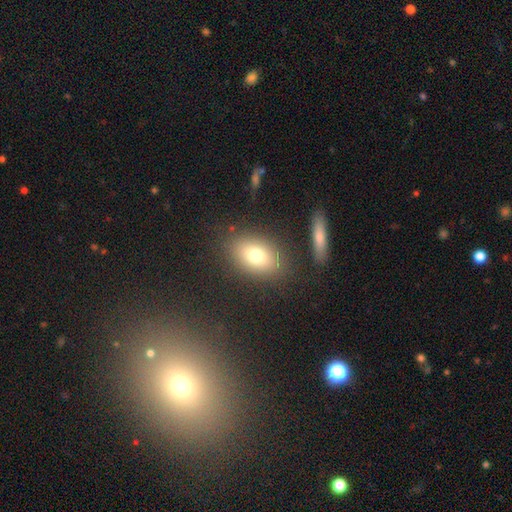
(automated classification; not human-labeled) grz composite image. It shows a smooth galaxy with no disk features (76%) that is in between round and cigar-shaped (81%). Merging: none (82%).